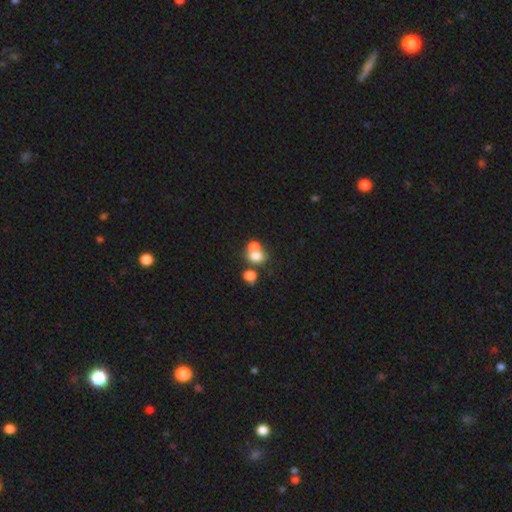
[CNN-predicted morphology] Q: Smooth or featured?
A: smooth (72%); runner-up: featured or disk (15%)
Q: How rounded?
A: round (51%); runner-up: in between (48%)
Q: Merging?
A: merger (57%); runner-up: none (31%)